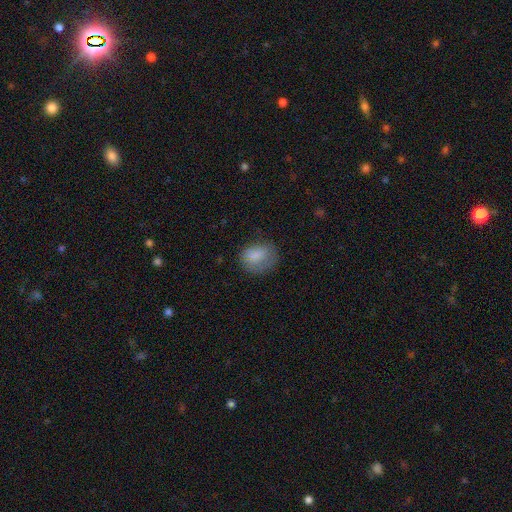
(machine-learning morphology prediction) Smooth or featured? Predicted: smooth (p=0.78). How rounded? Predicted: in between (p=0.53). Merging? Predicted: none (p=0.56).